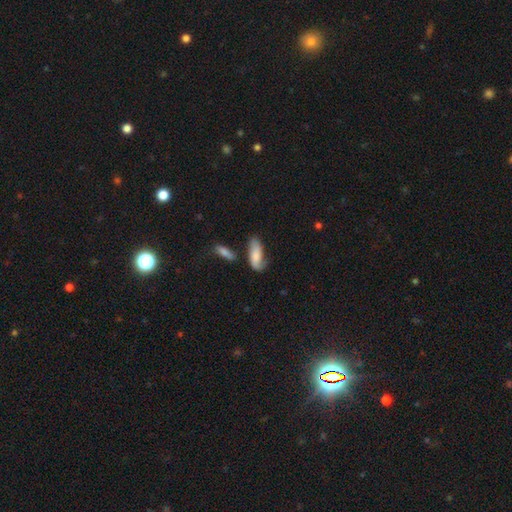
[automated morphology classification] A smooth galaxy with no disk features (58%) that is in between round and cigar-shaped (81%). Merging: none (46%).